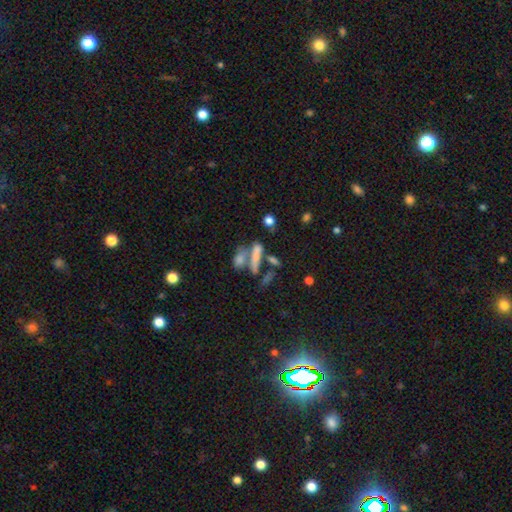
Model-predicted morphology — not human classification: Smooth or featured? smooth (61%)
How rounded? cigar-shaped (57%)
Merging? merger (44%)